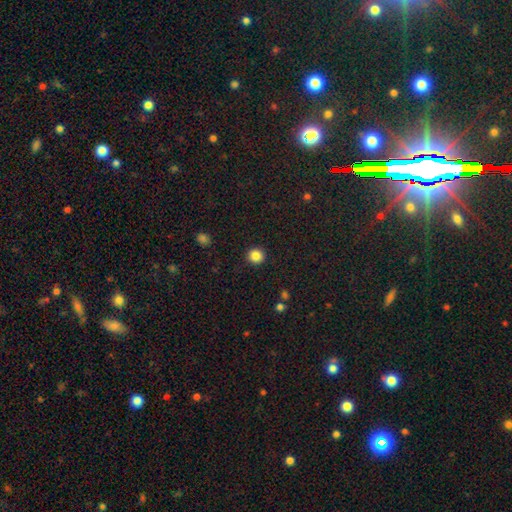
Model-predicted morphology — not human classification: The model was most divided on "smooth or featured": smooth: 85%, star or artifact: 11%, featured or disk: 4%. More confident: how rounded — round (93%); merging — none (92%).